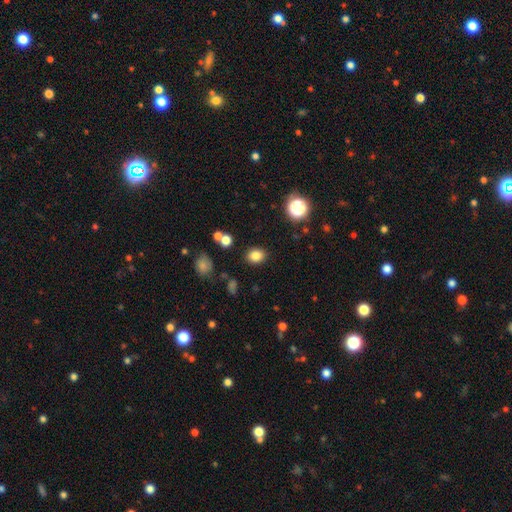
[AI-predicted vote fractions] Overall: smooth (82%). How rounded: round (50%; in between 49%). Merging: none (86%).